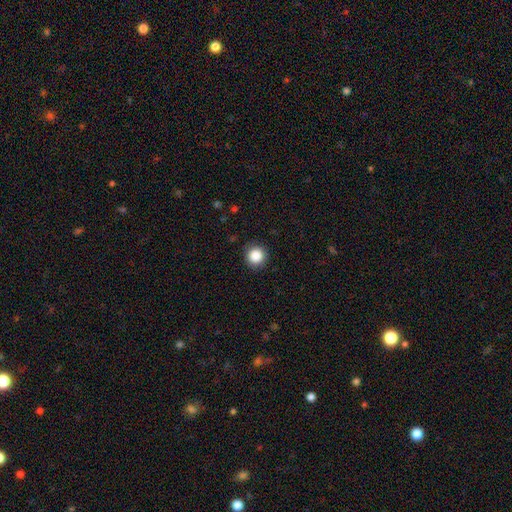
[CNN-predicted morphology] Q: Smooth or featured?
A: smooth (87%); runner-up: star or artifact (10%)
Q: How rounded?
A: round (94%); runner-up: in between (5%)
Q: Merging?
A: none (90%); runner-up: minor disturbance (7%)